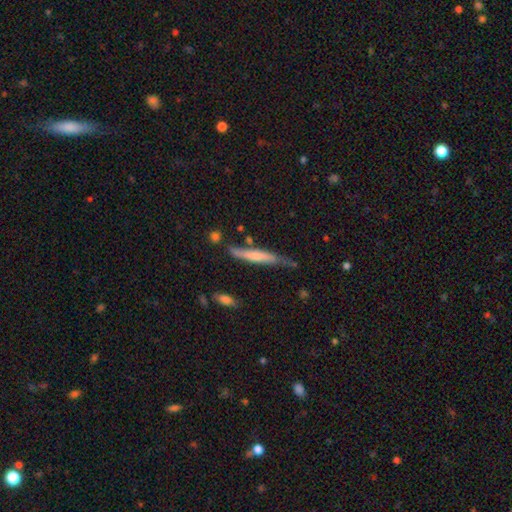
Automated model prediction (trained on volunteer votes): Smooth or featured? smooth (56%)
How rounded? cigar-shaped (92%)
Merging? none (58%)